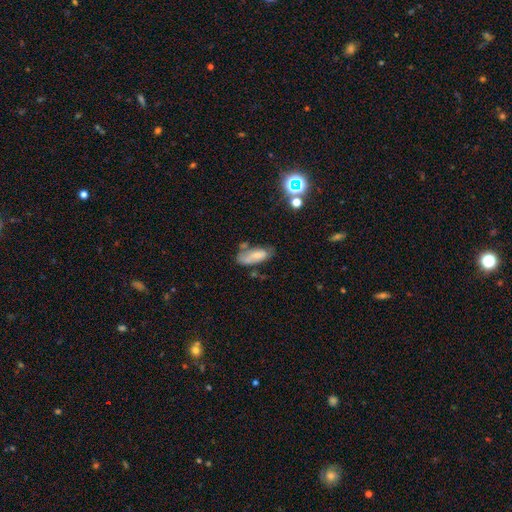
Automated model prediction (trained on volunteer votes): Morphology: type=smooth (62%); roundness=in between (81%); merging=none (44%).